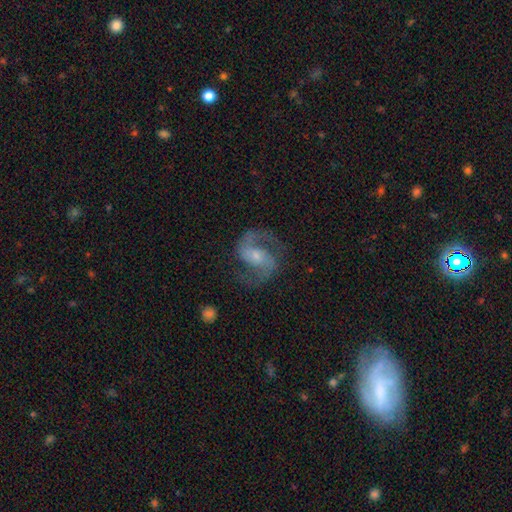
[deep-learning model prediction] This appears to be a featured or disk galaxy (90%) with a weak bar (44%), 2 (93%) medium (63%) spiral arms (98%) and a small central bulge (49%). Merging: none (79%).